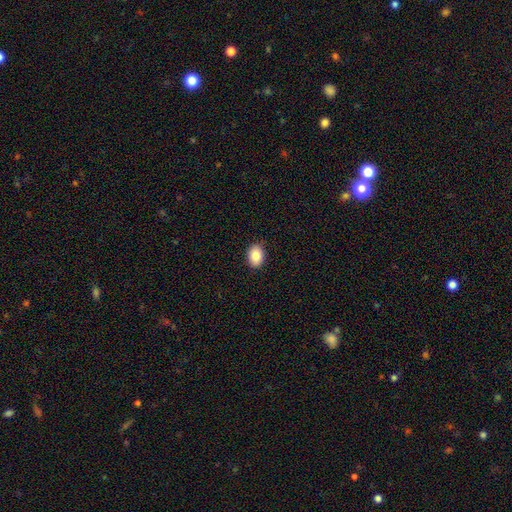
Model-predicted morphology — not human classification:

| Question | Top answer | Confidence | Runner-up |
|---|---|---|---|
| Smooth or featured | smooth | 86% | star or artifact (8%) |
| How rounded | in between | 75% | round (24%) |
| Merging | none | 89% | minor disturbance (8%) |